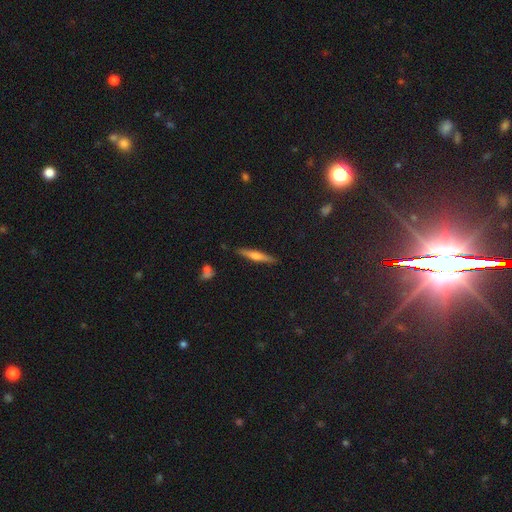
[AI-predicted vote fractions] Q: Smooth or featured?
A: featured or disk (48%); runner-up: smooth (45%)
Q: Merging?
A: none (89%); runner-up: minor disturbance (8%)